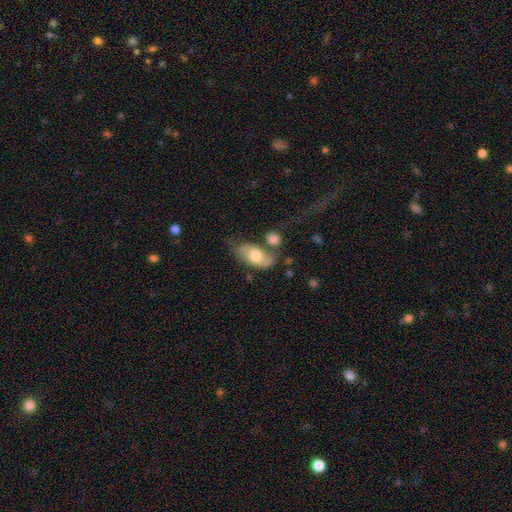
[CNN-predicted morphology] Overall: smooth (53%; featured or disk 41%). How rounded: in between (89%). Merging: none (47%; minor disturbance 22%).